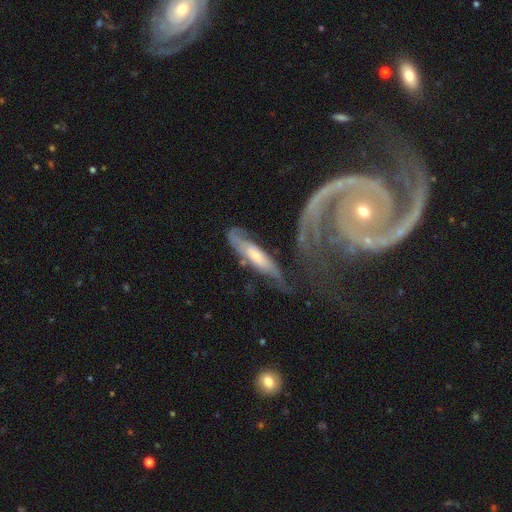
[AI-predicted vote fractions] Smooth or featured? featured or disk (66%)
Edge-on disk? no (70%)
Merging? none (52%)